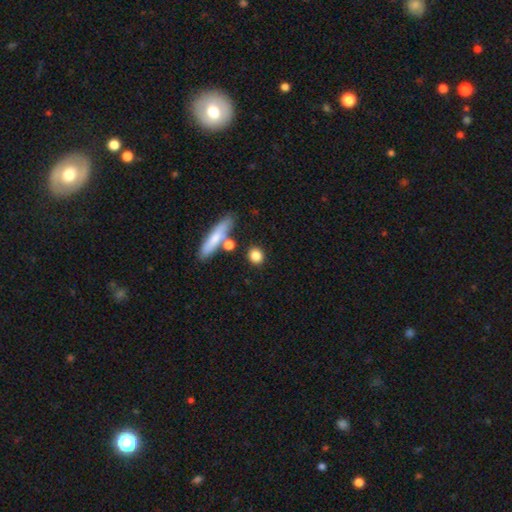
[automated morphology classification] Overall: smooth (82%). How rounded: round (72%). Merging: none (78%).